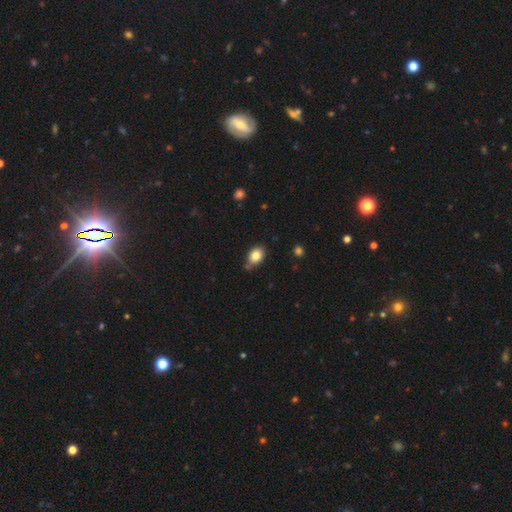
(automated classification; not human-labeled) Morphology: type=smooth (83%); roundness=in between (75%); merging=none (73%).